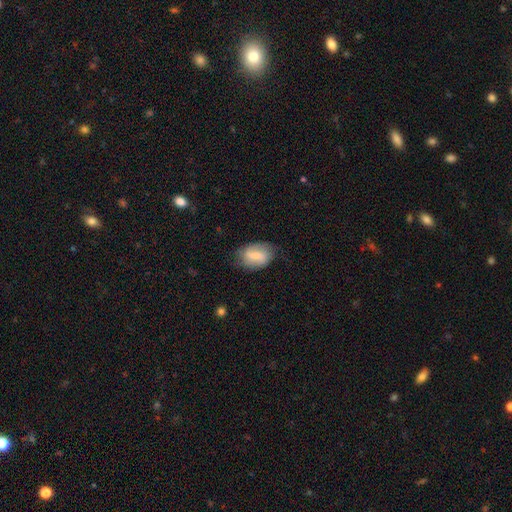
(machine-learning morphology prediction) This appears to be a smooth galaxy with no disk features (54%) that is in between round and cigar-shaped (82%). Merging: none (72%).